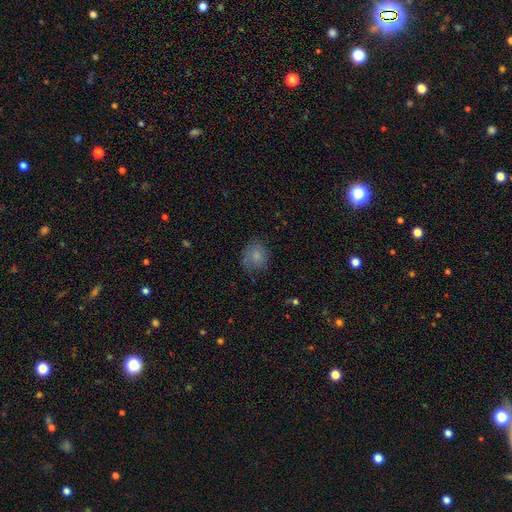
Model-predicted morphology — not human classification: type=smooth (77%); roundness=round (57%); merging=none (66%).